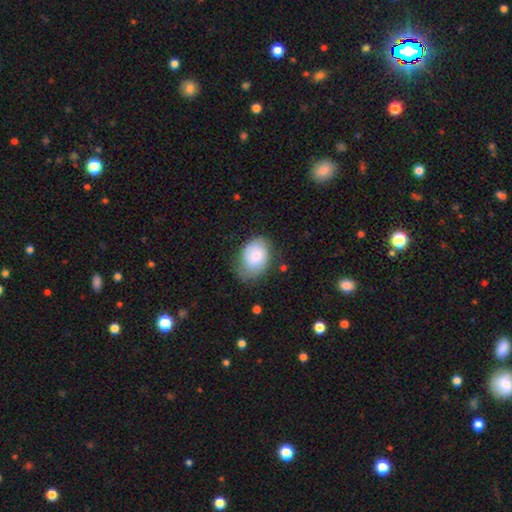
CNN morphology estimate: This appears to be a smooth galaxy with no disk features (61%) that is in between round and cigar-shaped (70%). Merging: none (54%).